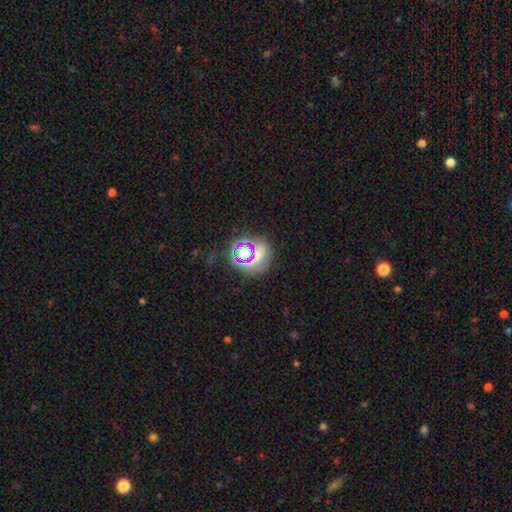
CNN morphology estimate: A star or artifact, not a galaxy (62%).

Vote fractions:
- Smooth or featured? star or artifact: 62% / smooth: 25% / featured or disk: 12%